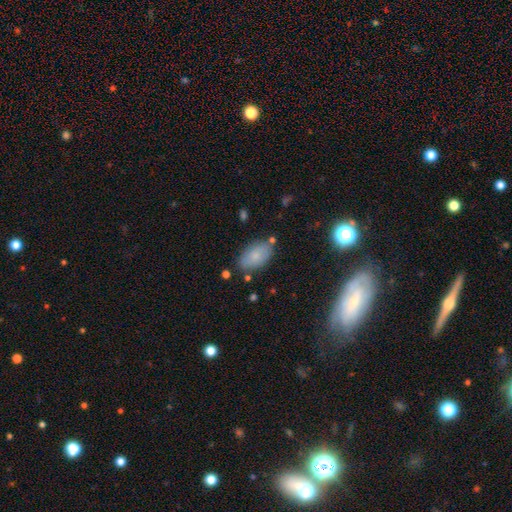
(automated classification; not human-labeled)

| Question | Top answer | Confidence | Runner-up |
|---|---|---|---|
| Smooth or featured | smooth | 78% | featured or disk (14%) |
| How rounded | in between | 93% | round (5%) |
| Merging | none | 78% | minor disturbance (15%) |